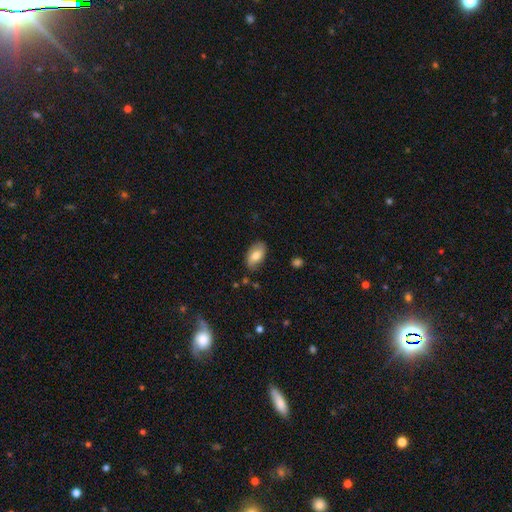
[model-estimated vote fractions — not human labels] smooth-or-featured: smooth: 75% | featured or disk: 18% | star or artifact: 7%
  how-rounded: in between: 93% | round: 4% | cigar-shaped: 2%
  merging: none: 78% | minor disturbance: 17% | major disturbance: 3% | merger: 2%